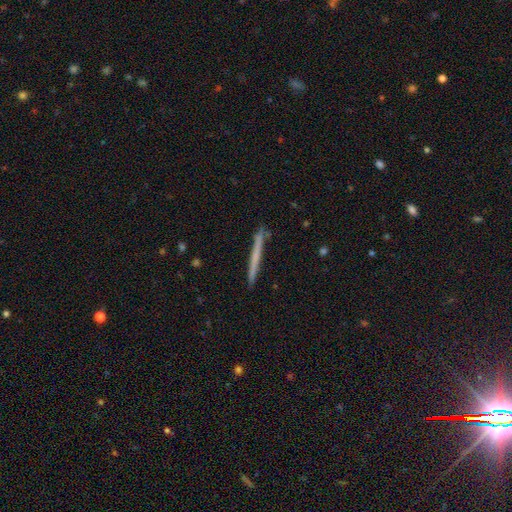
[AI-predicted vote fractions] A smooth galaxy with no disk features (52%) that is cigar-shaped (97%).

Vote fractions:
- Smooth or featured? smooth: 52% / featured or disk: 42% / star or artifact: 6%
- How rounded? cigar-shaped: 97% / in between: 1% / round: 1%
- Merging? none: 90% / minor disturbance: 7% / merger: 1% / major disturbance: 1%